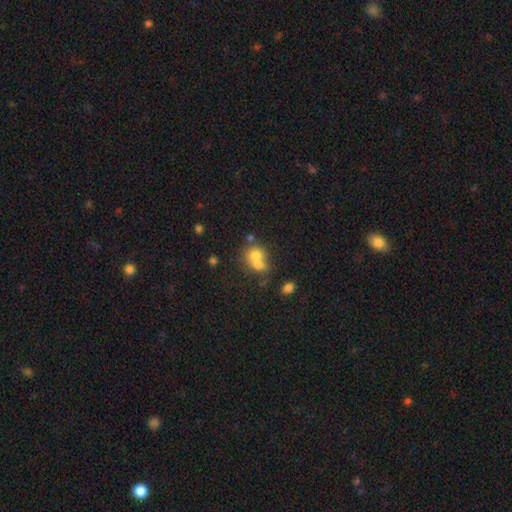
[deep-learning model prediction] A smooth galaxy with no disk features (71%) that is round (71%). Merging: merger (61%).